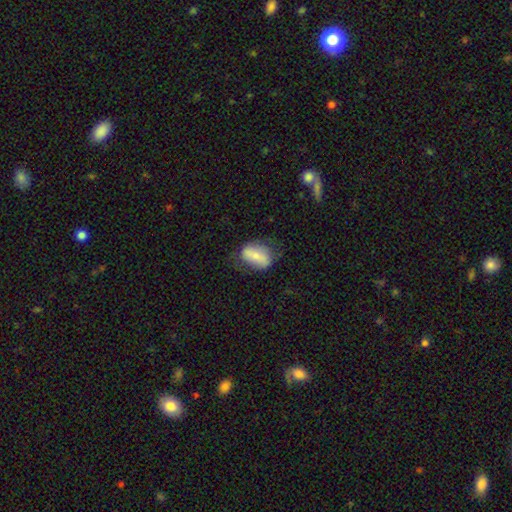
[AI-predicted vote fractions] The model was most divided on "merging": none: 58%, minor disturbance: 26%, major disturbance: 14%, merger: 2%. More confident: how rounded — in between (85%); smooth or featured — smooth (63%).